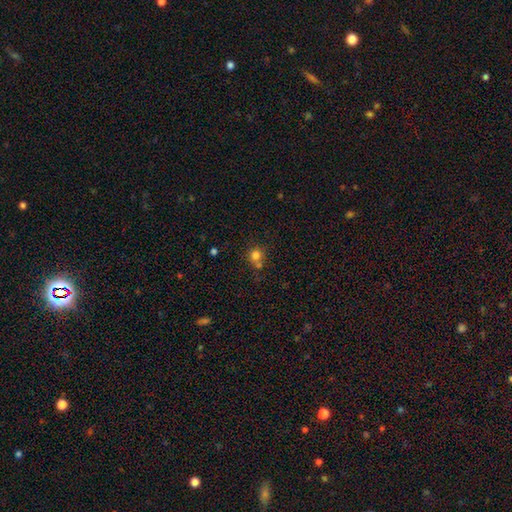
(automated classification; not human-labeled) smooth 78%, star or artifact 14%, featured or disk 8%. Down the decision tree: how rounded — round (89%); merging — none (57%).